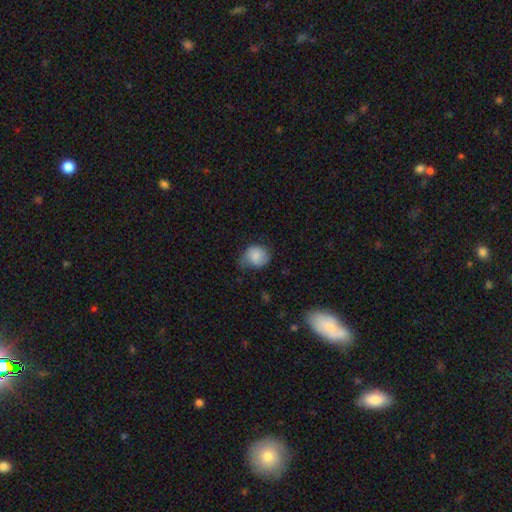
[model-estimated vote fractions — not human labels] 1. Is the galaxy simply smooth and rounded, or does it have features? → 76% smooth, 16% featured or disk, 8% star or artifact.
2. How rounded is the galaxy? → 70% round, 29% in between, 1% cigar-shaped.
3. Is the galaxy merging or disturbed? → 47% none, 38% minor disturbance, 13% major disturbance, 2% merger.